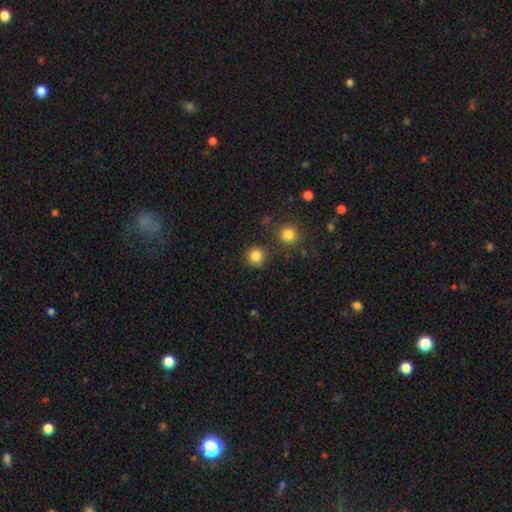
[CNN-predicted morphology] type=smooth (84%); roundness=round (92%); merging=none (85%).